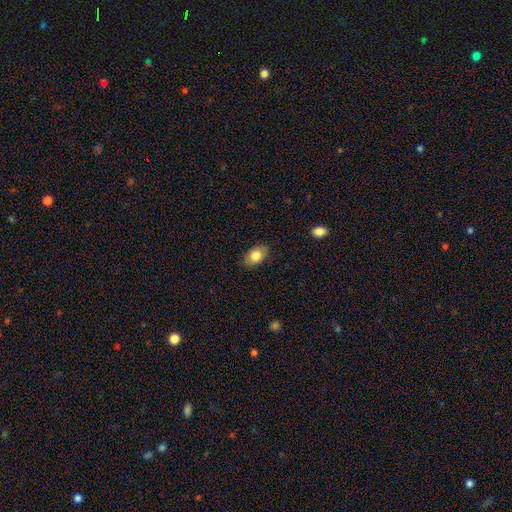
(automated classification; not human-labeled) Overall: smooth (82%). How rounded: in between (85%). Merging: none (85%).